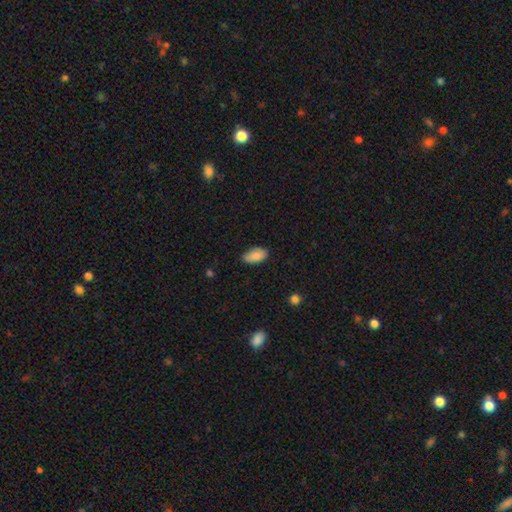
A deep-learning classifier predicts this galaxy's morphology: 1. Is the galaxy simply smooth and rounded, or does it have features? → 87% smooth, 7% star or artifact, 6% featured or disk.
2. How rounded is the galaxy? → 94% in between, 4% cigar-shaped, 3% round.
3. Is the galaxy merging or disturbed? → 81% none, 15% minor disturbance, 2% major disturbance, 1% merger.